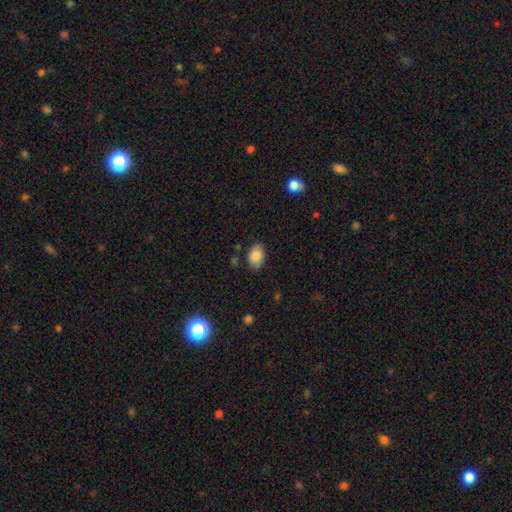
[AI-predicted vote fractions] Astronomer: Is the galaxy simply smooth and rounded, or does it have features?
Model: smooth — 86%.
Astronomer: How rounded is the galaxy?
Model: in between — 86%.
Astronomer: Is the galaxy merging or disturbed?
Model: none — 83%.